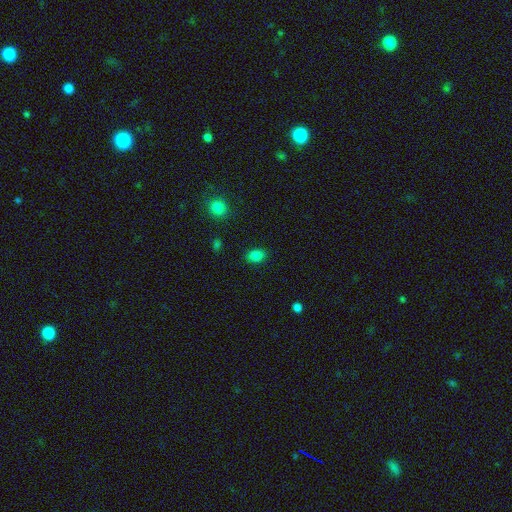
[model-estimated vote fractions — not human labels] Smooth or featured: smooth — 84% (star or artifact — 12%)
How rounded: in between — 74% (round — 25%)
Merging: none — 86% (minor disturbance — 10%)